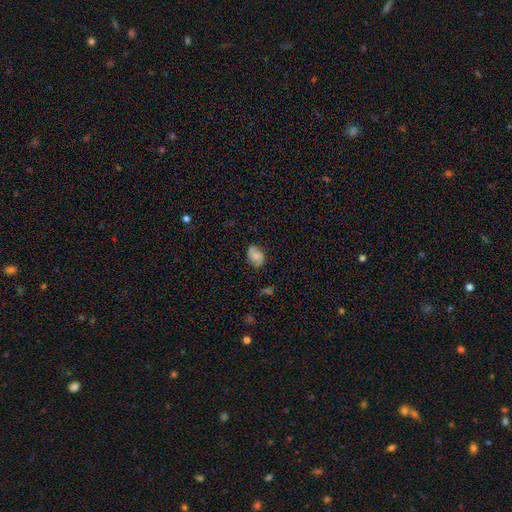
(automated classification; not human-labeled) Smooth or featured?
  - smooth: 68% *
  - featured or disk: 23%
  - star or artifact: 8%
How rounded?
  - in between: 74% *
  - round: 25%
  - cigar-shaped: 1%
Merging?
  - none: 73% *
  - minor disturbance: 21%
  - major disturbance: 4%
  - merger: 1%